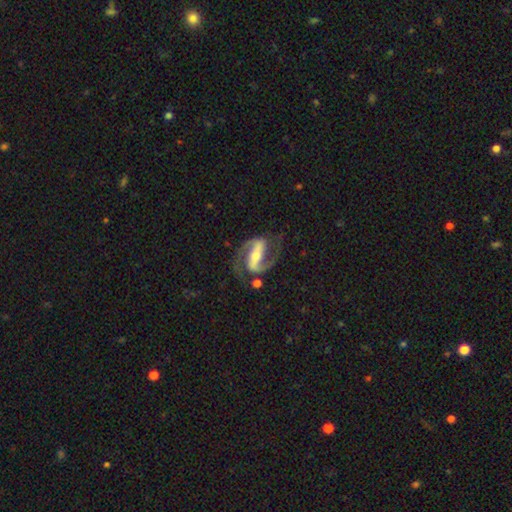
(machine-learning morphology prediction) Overall: featured or disk (92%). Edge-on disk: no (97%). Bar: strong (72%). Spiral arms: yes (97%). Spiral arm count: 2 (93%). Spiral winding: medium (59%; loose 21%). Bulge size: small (46%; moderate 45%). Merging: none (75%).